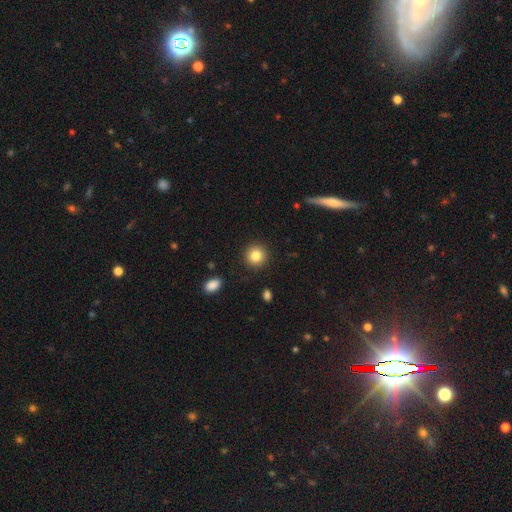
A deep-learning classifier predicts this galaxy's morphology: smooth_or_featured: smooth (p=0.83) [alt: star or artifact p=0.10]
how_rounded: round (p=0.93) [alt: in between p=0.06]
merging: none (p=0.90) [alt: minor disturbance p=0.06]